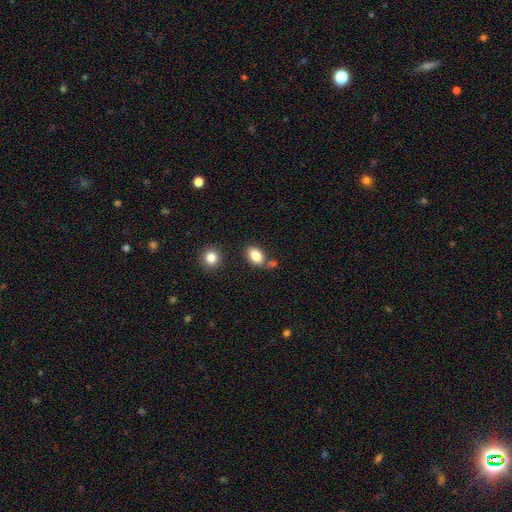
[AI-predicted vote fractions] Q: Smooth or featured?
A: smooth (85%); runner-up: star or artifact (8%)
Q: How rounded?
A: in between (85%); runner-up: round (14%)
Q: Merging?
A: none (70%); runner-up: minor disturbance (14%)